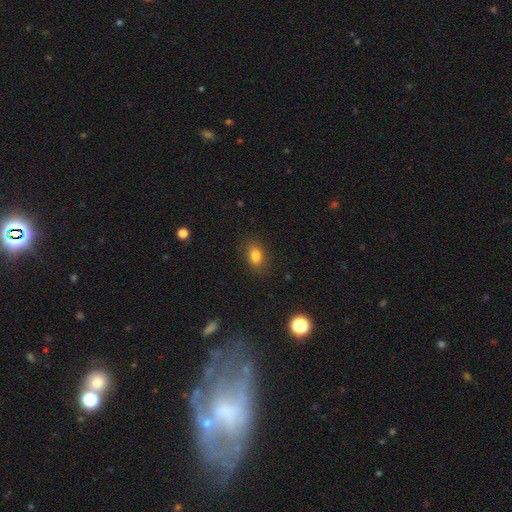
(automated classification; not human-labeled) Smooth or featured? Predicted: smooth (p=0.82). How rounded? Predicted: in between (p=0.79). Merging? Predicted: none (p=0.83).